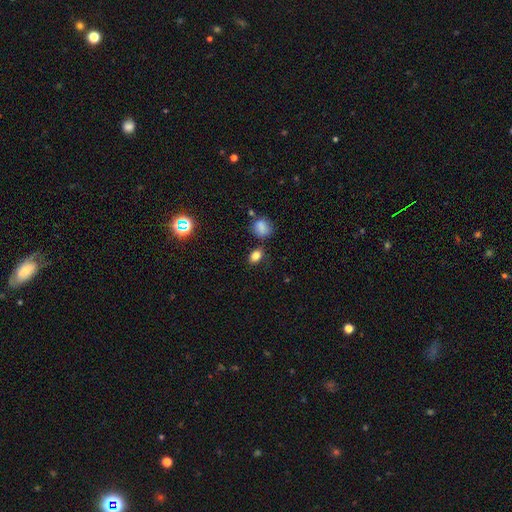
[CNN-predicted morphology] Smooth or featured? smooth (82%)
How rounded? in between (75%)
Merging? none (74%)